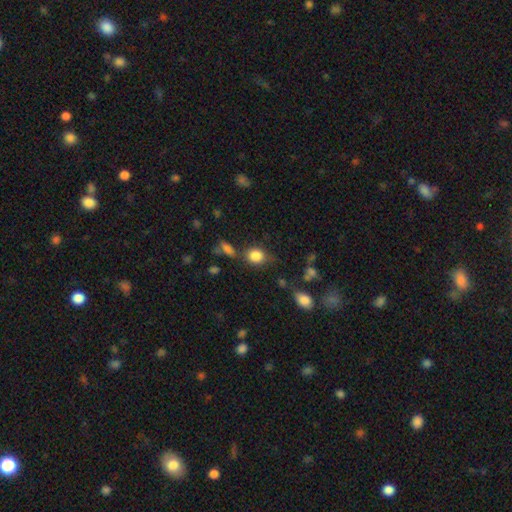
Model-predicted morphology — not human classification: Smooth or featured? Predicted: smooth (p=0.84). How rounded? Predicted: round (p=0.58). Merging? Predicted: none (p=0.67).